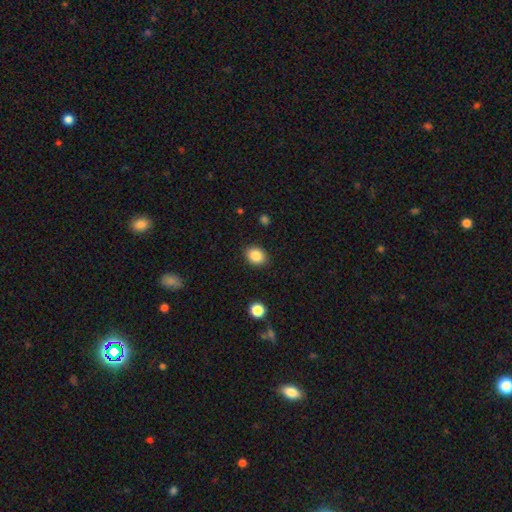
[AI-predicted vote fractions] Smooth or featured? Predicted: smooth (p=0.86). How rounded? Predicted: in between (p=0.53). Merging? Predicted: none (p=0.88).